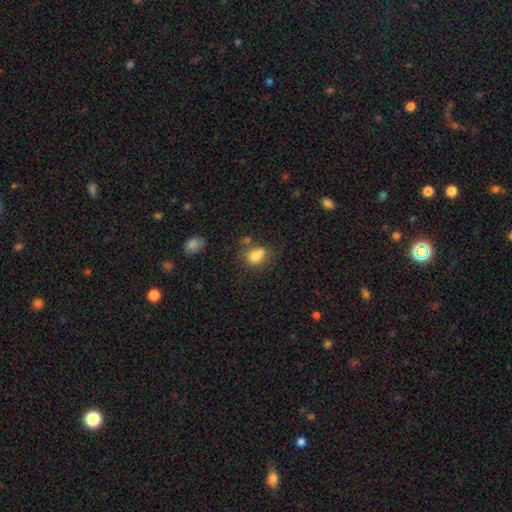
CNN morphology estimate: This appears to be a smooth galaxy with no disk features (76%) that is round (59%). Merging: none (45%).